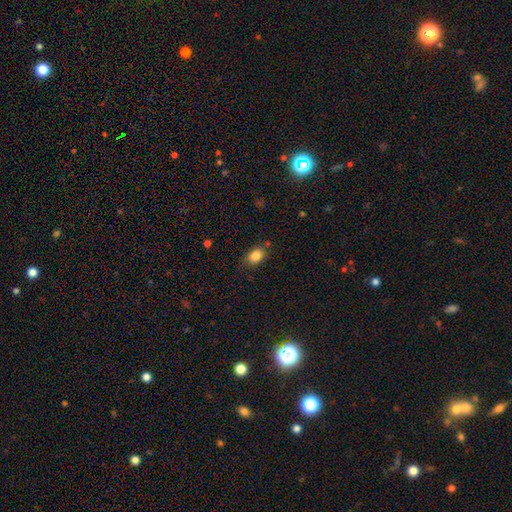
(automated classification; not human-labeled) Morphology: type=smooth (84%); roundness=in between (71%); merging=none (76%).